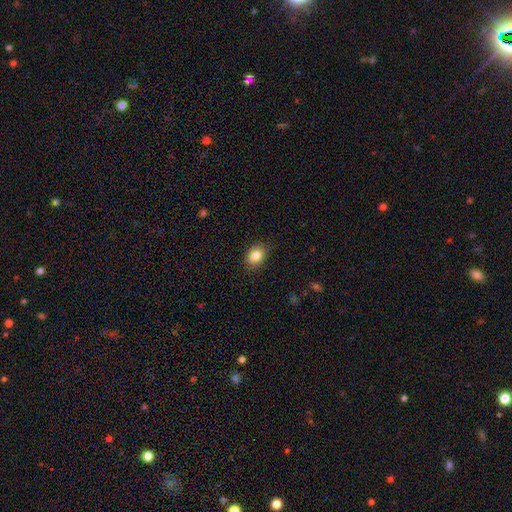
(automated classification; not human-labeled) Morphology: type=smooth (85%); roundness=in between (68%); merging=none (85%).